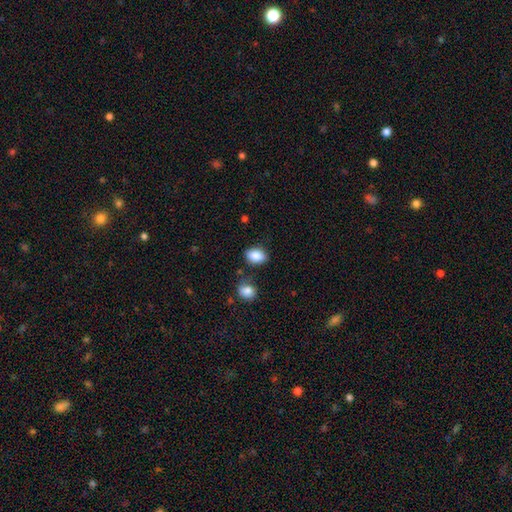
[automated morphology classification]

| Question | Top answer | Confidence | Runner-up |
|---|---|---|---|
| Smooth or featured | smooth | 85% | star or artifact (8%) |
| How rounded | in between | 81% | round (17%) |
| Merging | none | 77% | minor disturbance (14%) |